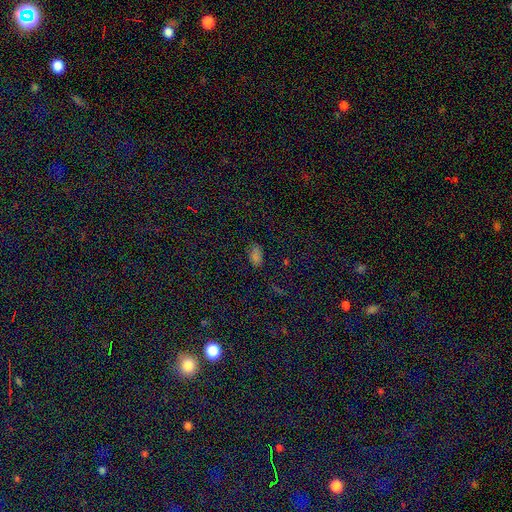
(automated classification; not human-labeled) Smooth or featured: smooth — 63% (star or artifact — 30%)
How rounded: in between — 89% (round — 7%)
Merging: none — 76% (minor disturbance — 17%)